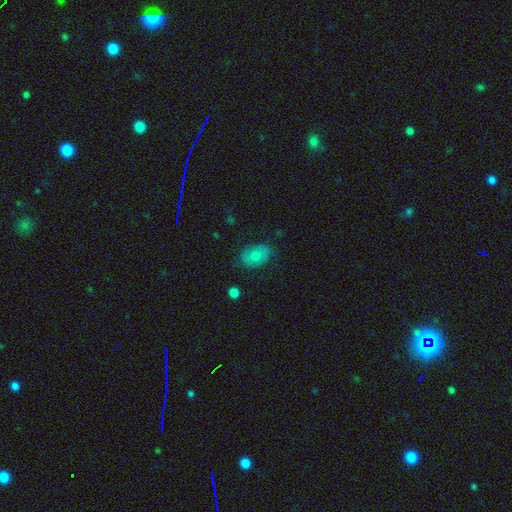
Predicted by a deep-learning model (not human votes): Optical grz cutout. It shows a smooth galaxy with no disk features (68%) that is in between round and cigar-shaped (79%). Merging: none (80%).